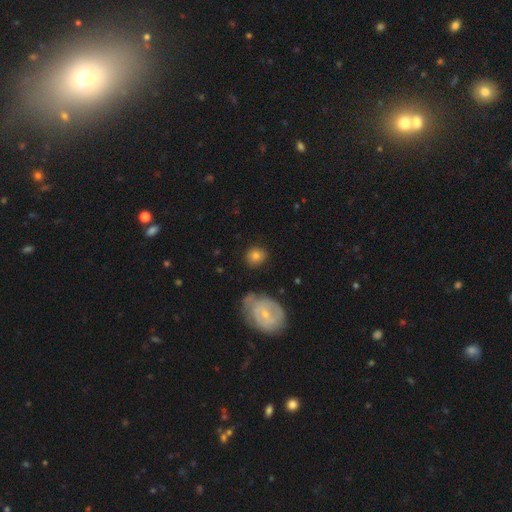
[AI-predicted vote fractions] The model was most divided on "smooth or featured": smooth: 74%, featured or disk: 18%, star or artifact: 8%. More confident: how rounded — round (83%); merging — none (81%).